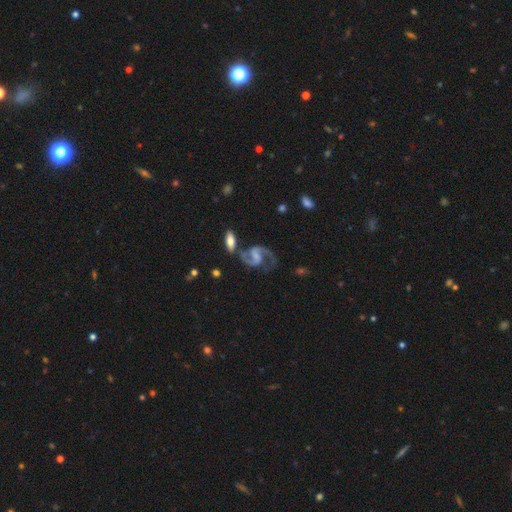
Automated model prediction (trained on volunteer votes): A featured or disk galaxy (88%) with a weak bar (46%), 2 (91%) medium (55%) spiral arms (96%) and no central bulge (40%).

Vote fractions:
- Smooth or featured? featured or disk: 88% / smooth: 7% / star or artifact: 5%
- Edge-on disk? no: 97% / yes: 3%
- Bar? weak: 46% / no: 28% / strong: 26%
- Spiral arms? yes: 96% / no: 4%
- Spiral winding? medium: 55% / loose: 34% / tight: 12%
- Spiral arm count? 2: 91% / 1: 3% / can't tell: 3% / 3: 1% / 4: 1% / more than 4: 1%
- Bulge size? none: 40% / small: 30% / moderate: 21% / large: 7% / dominant: 2%
- Merging? none: 58% / minor disturbance: 17% / major disturbance: 13% / merger: 12%